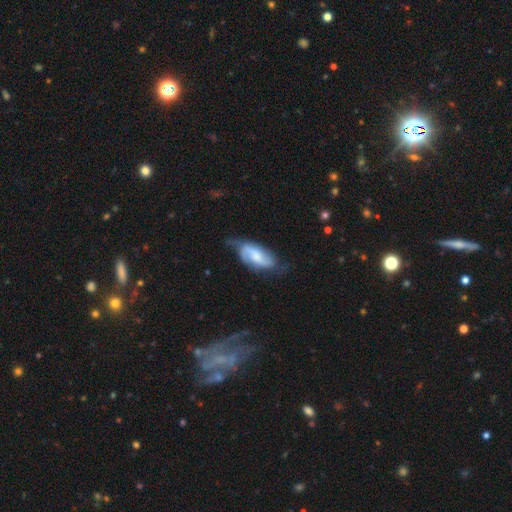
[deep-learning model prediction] The model was most divided on "bar": weak: 41%, no: 39%, strong: 19%. Remaining: edge-on disk — no (92%); spiral arms — yes (91%); spiral arm count — 2 (81%); smooth or featured — featured or disk (66%); merging — none (54%); bulge size — moderate (41%); spiral winding — medium (41%).